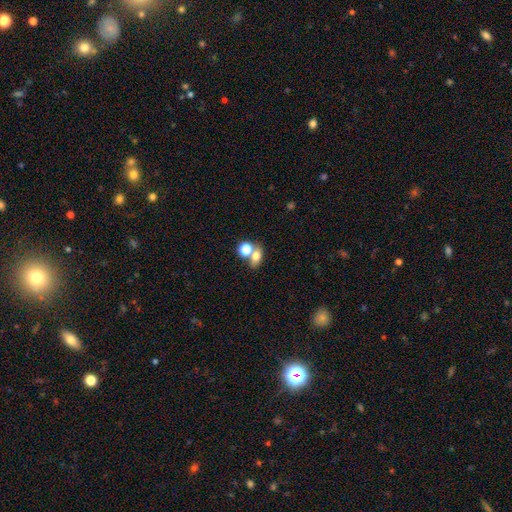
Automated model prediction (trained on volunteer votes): Smooth or featured? Predicted: smooth (p=0.72). How rounded? Predicted: in between (p=0.63). Merging? Predicted: none (p=0.45).